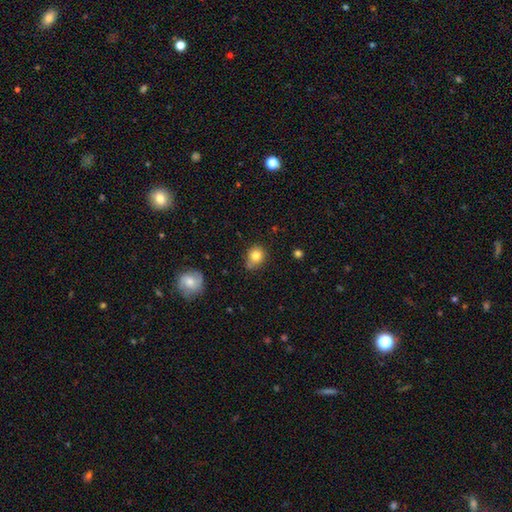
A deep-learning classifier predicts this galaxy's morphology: type=smooth (81%); roundness=round (71%); merging=none (63%).